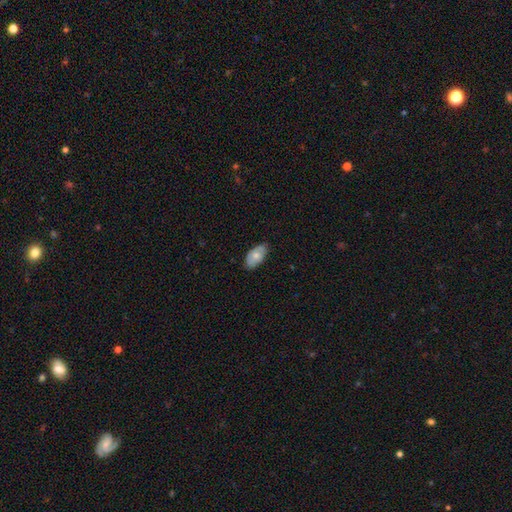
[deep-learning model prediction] Smooth or featured? smooth (68%)
How rounded? in between (94%)
Merging? none (78%)